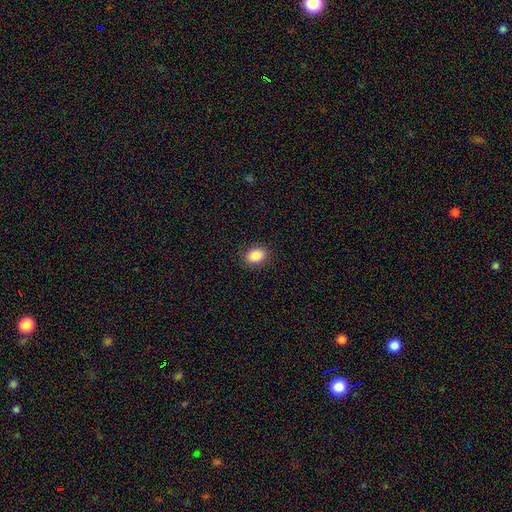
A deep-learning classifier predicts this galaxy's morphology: smooth-or-featured: smooth: 87% | star or artifact: 8% | featured or disk: 5%
  how-rounded: in between: 72% | round: 27% | cigar-shaped: 1%
  merging: none: 88% | minor disturbance: 9% | major disturbance: 3% | merger: 1%